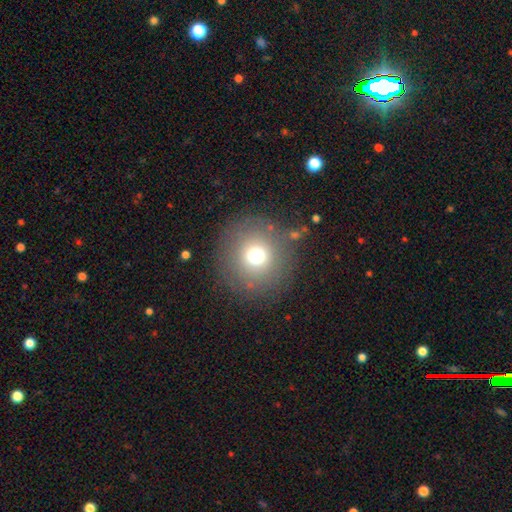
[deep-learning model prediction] smooth 72%, star or artifact 15%, featured or disk 14%. Down the decision tree: how rounded — round (95%); merging — none (86%).